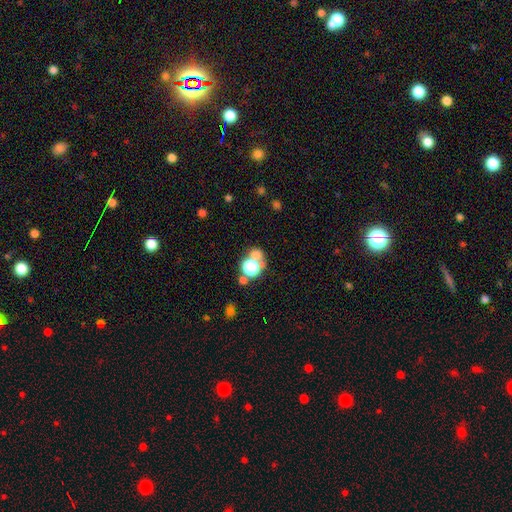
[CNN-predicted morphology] type=smooth (62%); roundness=round (78%); merging=none (48%).